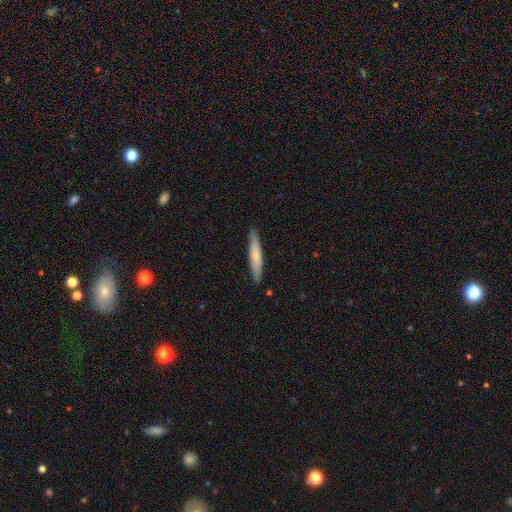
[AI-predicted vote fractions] The model was most divided on "smooth or featured": smooth: 63%, featured or disk: 32%, star or artifact: 5%. More confident: how rounded — cigar-shaped (90%); merging — none (88%).